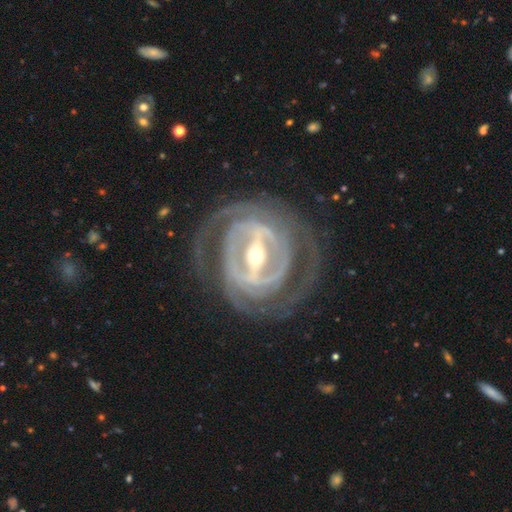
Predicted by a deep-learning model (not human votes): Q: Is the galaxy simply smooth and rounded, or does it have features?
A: featured or disk — 92%.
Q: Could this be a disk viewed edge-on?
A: no — 94%.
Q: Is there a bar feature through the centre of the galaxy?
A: strong — 80%.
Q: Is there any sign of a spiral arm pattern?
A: yes — 91%.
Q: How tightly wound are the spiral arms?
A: tight — 72%.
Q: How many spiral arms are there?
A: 2 — 32%.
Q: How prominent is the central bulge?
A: moderate — 50%.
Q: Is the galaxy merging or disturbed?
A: none — 79%.